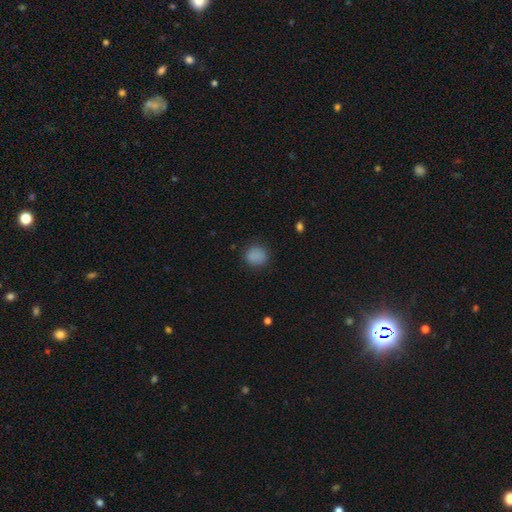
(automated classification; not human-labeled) This appears to be a smooth galaxy with no disk features (85%) that is round (84%). Merging: none (84%).